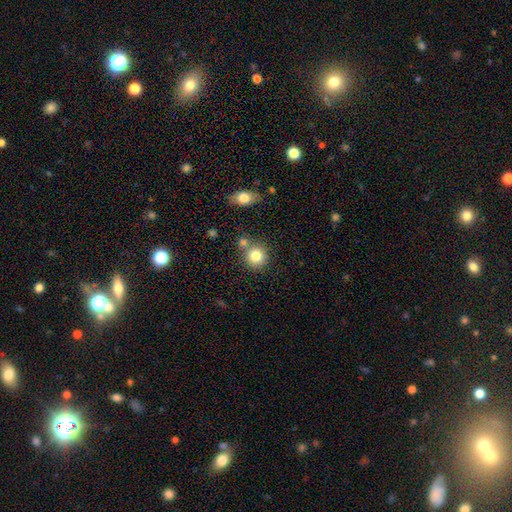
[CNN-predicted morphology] The model was most divided on "merging": none: 68%, merger: 19%, minor disturbance: 10%, major disturbance: 3%. More confident: how rounded — round (88%); smooth or featured — smooth (82%).